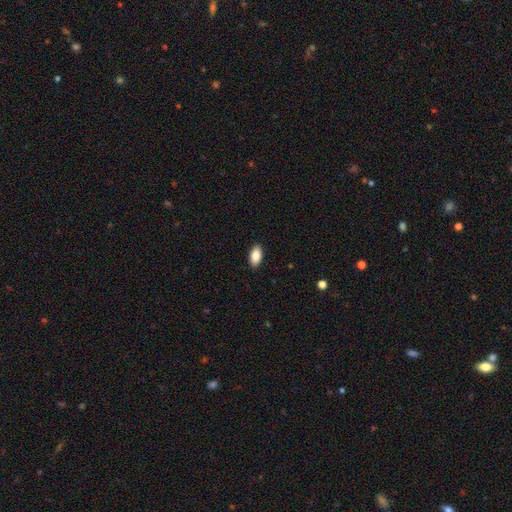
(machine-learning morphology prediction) The model was most divided on "smooth or featured": smooth: 88%, star or artifact: 7%, featured or disk: 6%. More confident: how rounded — in between (93%); merging — none (90%).